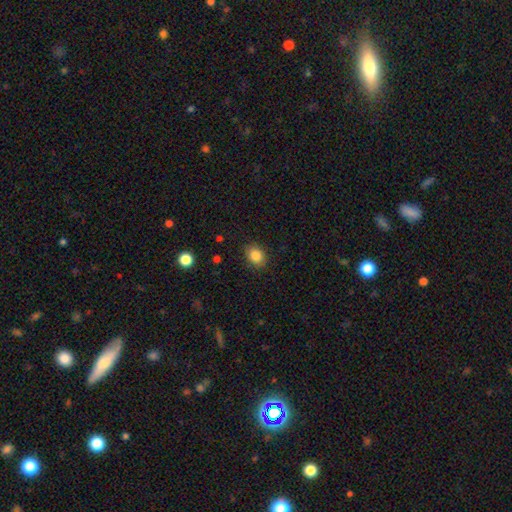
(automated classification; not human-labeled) This appears to be a smooth galaxy with no disk features (85%) that is in between round and cigar-shaped (53%). Merging: none (86%).